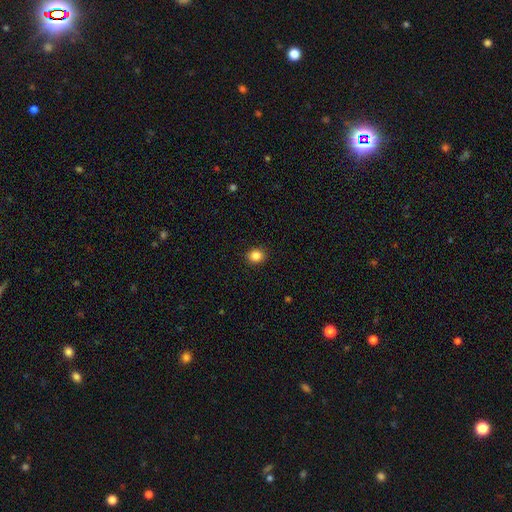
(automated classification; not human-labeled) Morphology: type=smooth (86%); roundness=round (72%); merging=none (90%).